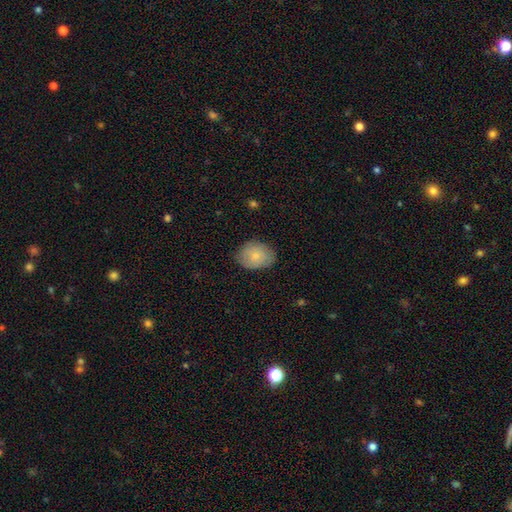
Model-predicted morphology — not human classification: Q: Smooth or featured?
A: smooth (74%); runner-up: featured or disk (20%)
Q: How rounded?
A: in between (61%); runner-up: round (38%)
Q: Merging?
A: none (77%); runner-up: minor disturbance (19%)